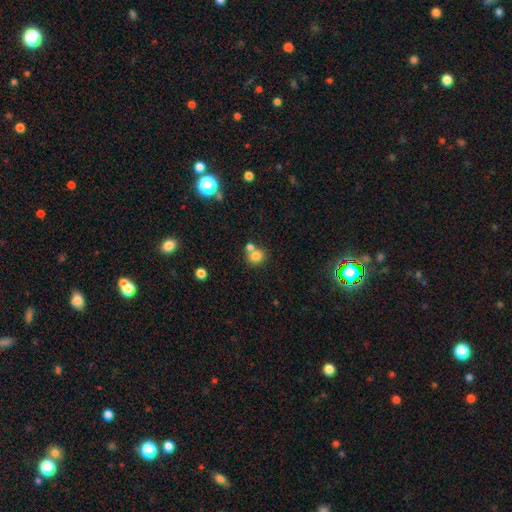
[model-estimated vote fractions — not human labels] Q: Smooth or featured?
A: smooth (79%); runner-up: star or artifact (12%)
Q: How rounded?
A: round (81%); runner-up: in between (18%)
Q: Merging?
A: none (54%); runner-up: merger (35%)